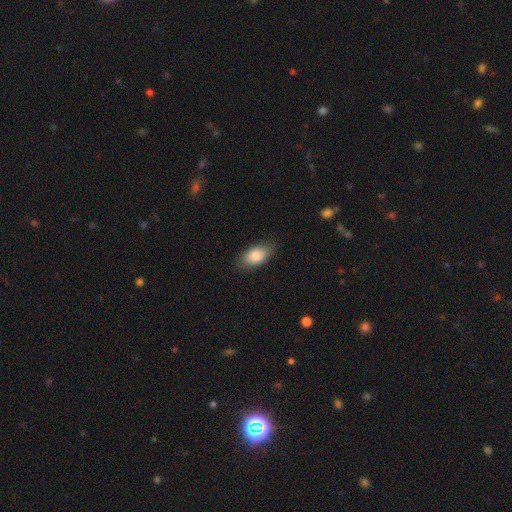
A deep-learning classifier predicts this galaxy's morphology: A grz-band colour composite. It shows a smooth galaxy with no disk features (84%) that is in between round and cigar-shaped (90%). Merging: none (81%).